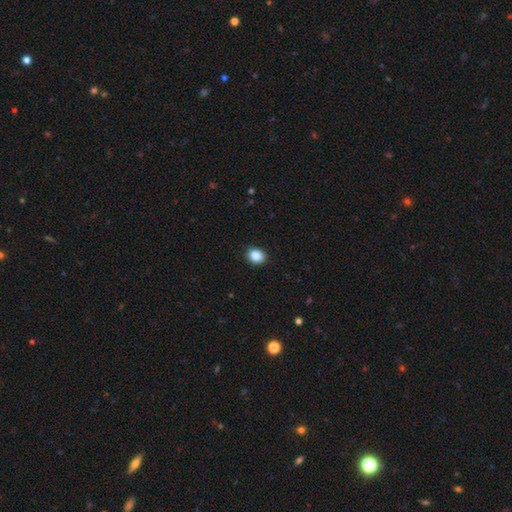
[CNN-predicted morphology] A smooth galaxy with no disk features (86%) that is round (52%).

Vote fractions:
- Smooth or featured? smooth: 86% / star or artifact: 10% / featured or disk: 5%
- How rounded? round: 52% / in between: 47% / cigar-shaped: 1%
- Merging? none: 91% / minor disturbance: 7% / major disturbance: 2% / merger: 1%